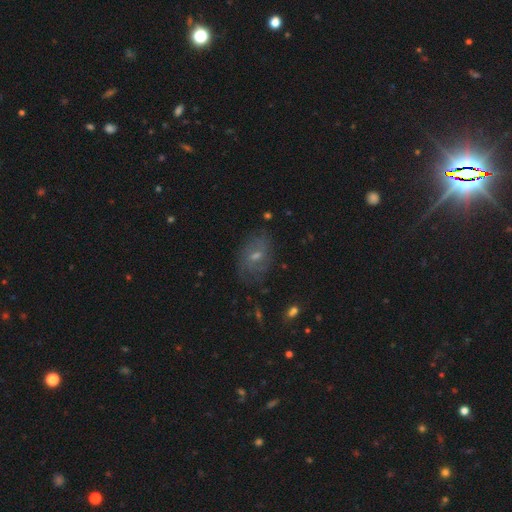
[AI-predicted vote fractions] Smooth or featured? featured or disk (52%)
Edge-on disk? no (94%)
Merging? none (69%)